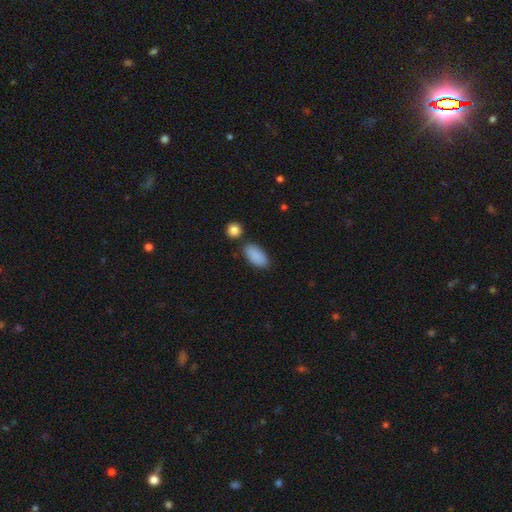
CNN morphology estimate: This is clearly a smooth galaxy (89%). How rounded: clearly in between (93%). Merging: likely none (78%).